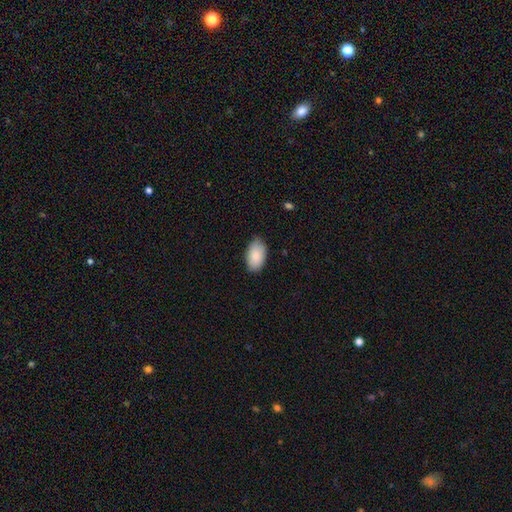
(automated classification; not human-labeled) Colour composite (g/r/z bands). It shows a smooth galaxy with no disk features (88%) that is in between round and cigar-shaped (94%). Merging: none (81%).